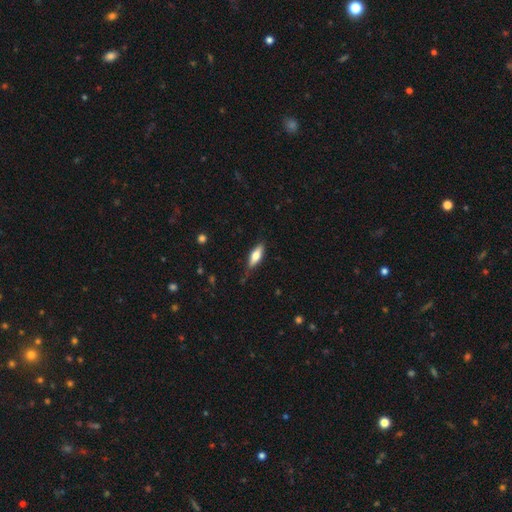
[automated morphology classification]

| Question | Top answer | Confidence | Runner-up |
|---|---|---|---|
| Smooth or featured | smooth | 64% | featured or disk (30%) |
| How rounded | in between | 58% | cigar-shaped (40%) |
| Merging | none | 77% | minor disturbance (18%) |